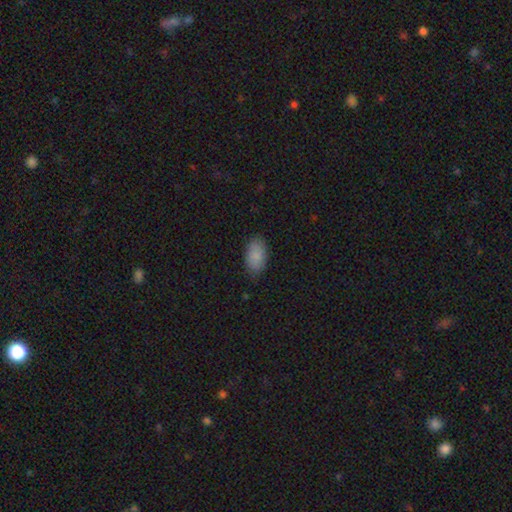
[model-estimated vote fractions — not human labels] A smooth galaxy with no disk features (87%) that is in between round and cigar-shaped (94%).

Vote fractions:
- Smooth or featured? smooth: 87% / star or artifact: 7% / featured or disk: 6%
- How rounded? in between: 94% / round: 5% / cigar-shaped: 2%
- Merging? none: 83% / minor disturbance: 13% / major disturbance: 3% / merger: 1%